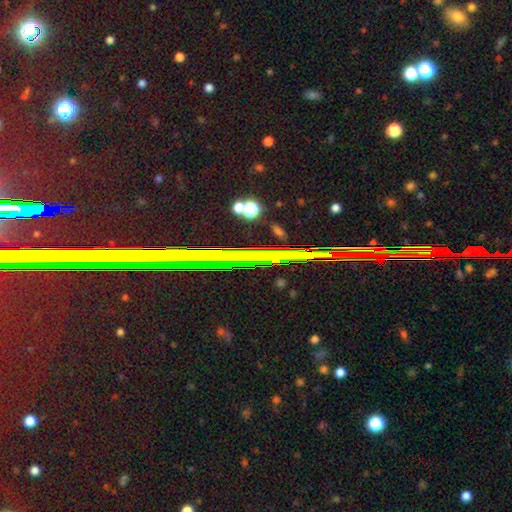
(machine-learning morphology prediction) star or artifact 80%, featured or disk 12%, smooth 8%.